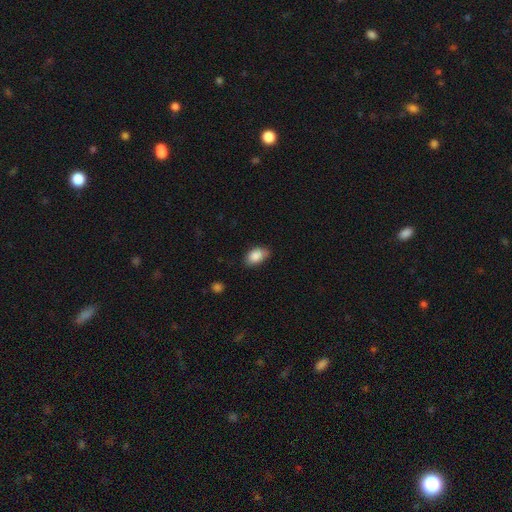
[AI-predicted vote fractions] smooth 87%, star or artifact 7%, featured or disk 5%. Down the decision tree: how rounded — in between (90%); merging — none (73%).